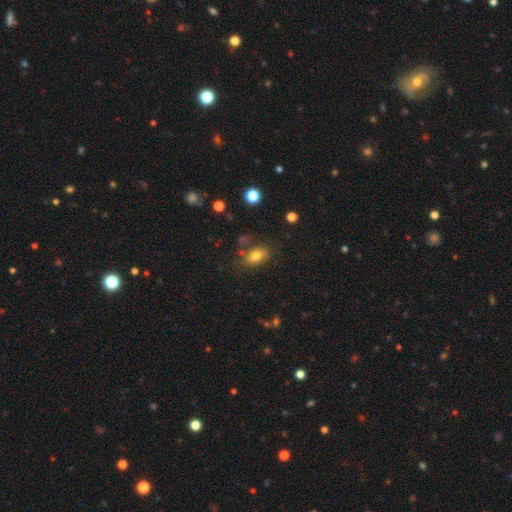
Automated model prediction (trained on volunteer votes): A smooth galaxy with no disk features (79%) that is in between round and cigar-shaped (83%). Merging: none (70%).